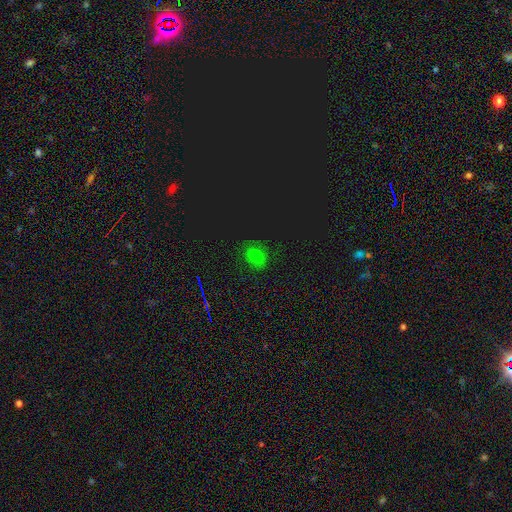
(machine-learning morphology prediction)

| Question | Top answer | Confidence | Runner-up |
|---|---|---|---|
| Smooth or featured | smooth | 57% | star or artifact (34%) |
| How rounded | in between | 49% | tied: round (49%) |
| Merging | none | 81% | minor disturbance (14%) |